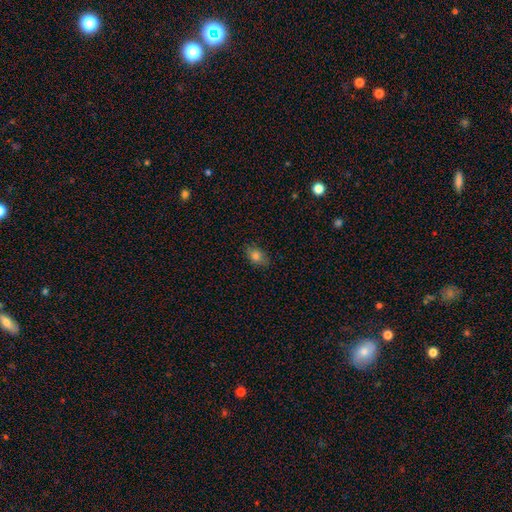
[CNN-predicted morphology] This is clearly a smooth galaxy (80%). How rounded: likely in between (76%). Merging: clearly none (81%).